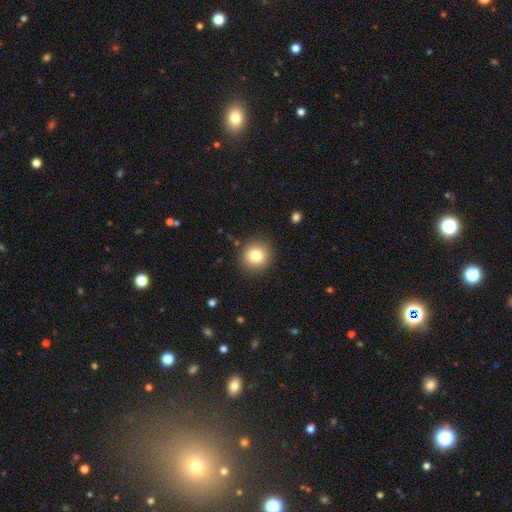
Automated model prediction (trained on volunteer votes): Morphology: type=smooth (80%); roundness=round (92%); merging=none (90%).